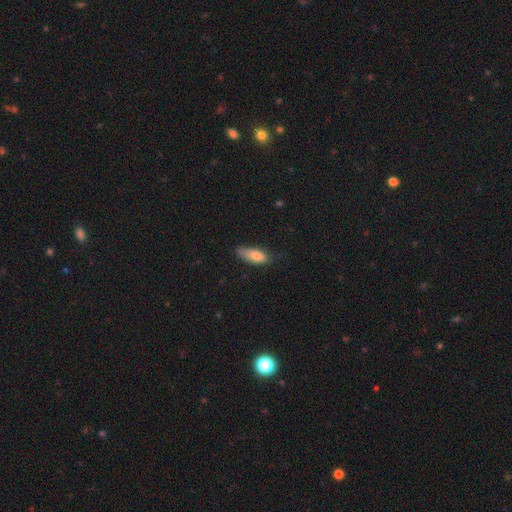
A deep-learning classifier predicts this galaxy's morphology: This is clearly a smooth galaxy (81%). How rounded: likely in between (77%). Merging: possibly none (54%).